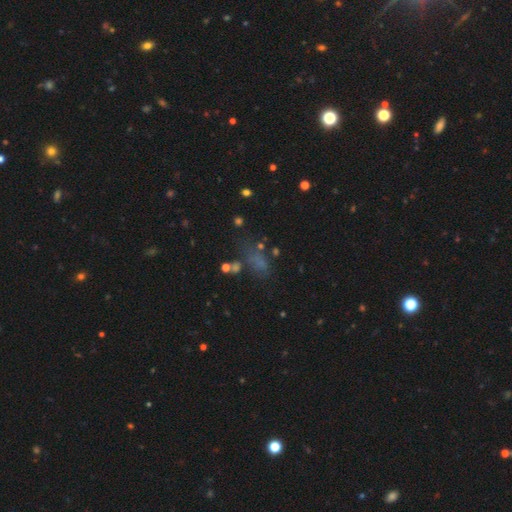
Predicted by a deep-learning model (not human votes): Morphology: type=smooth (46%); merging=none (48%).